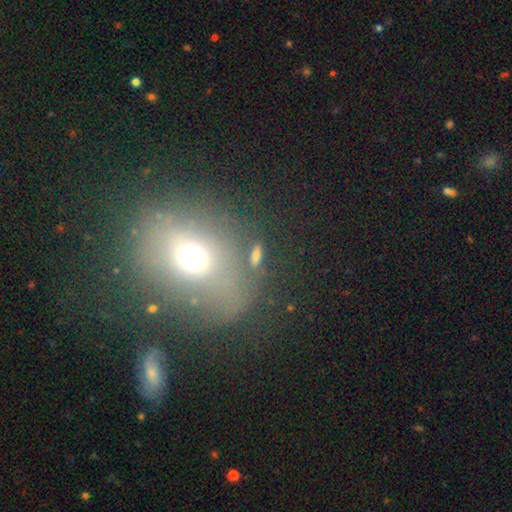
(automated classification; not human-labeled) smooth_or_featured: smooth (p=0.61) [alt: star or artifact p=0.22]
how_rounded: in between (p=0.62) [alt: round p=0.20]
merging: none (p=0.75) [alt: minor disturbance p=0.11]